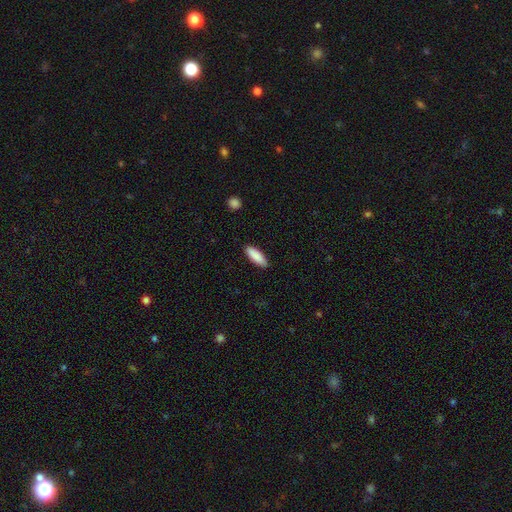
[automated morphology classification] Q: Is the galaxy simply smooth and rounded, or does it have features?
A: smooth — 89%.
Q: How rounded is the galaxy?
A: in between — 58%.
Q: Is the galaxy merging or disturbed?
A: none — 88%.